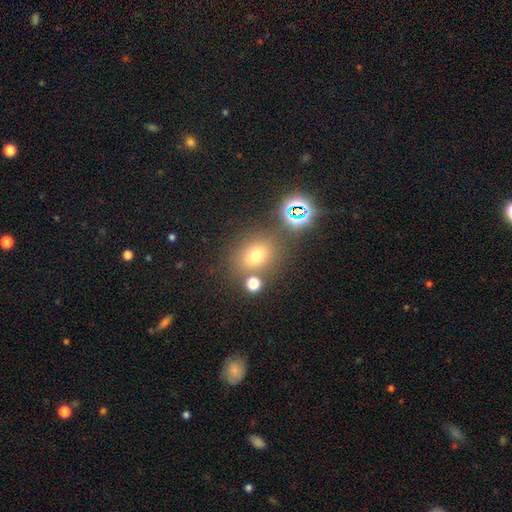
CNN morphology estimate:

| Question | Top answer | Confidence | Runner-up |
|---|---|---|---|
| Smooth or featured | smooth | 64% | star or artifact (25%) |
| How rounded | round | 57% | in between (42%) |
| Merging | none | 73% | merger (11%) |